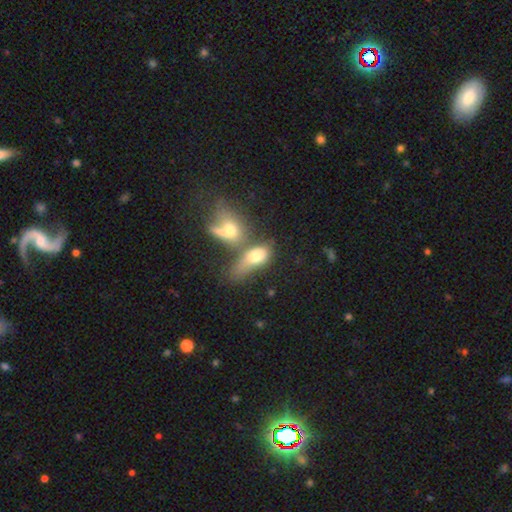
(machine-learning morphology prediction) This is likely a smooth galaxy (67%). How rounded: likely in between (76%). Merging: possibly merger (56%).